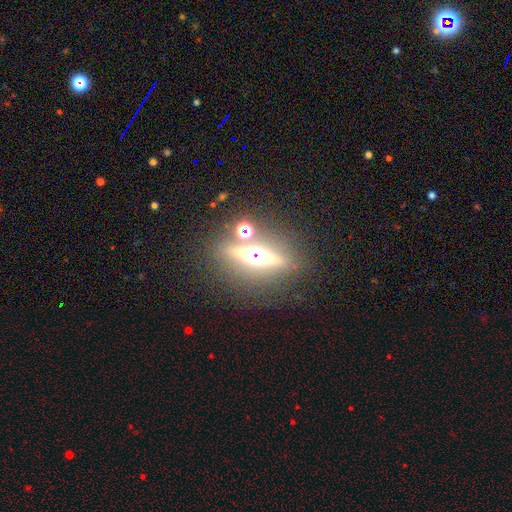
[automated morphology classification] Overall: featured or disk (62%; star or artifact 23%). Edge-on disk: yes (90%). Edge-on bulge: rounded (94%). Merging: none (84%).